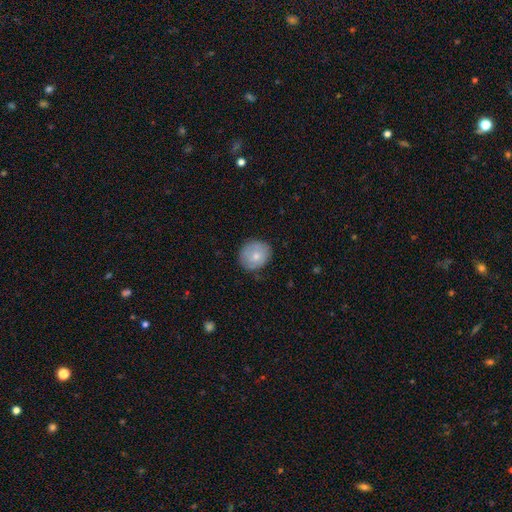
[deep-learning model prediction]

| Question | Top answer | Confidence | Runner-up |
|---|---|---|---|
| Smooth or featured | smooth | 70% | featured or disk (23%) |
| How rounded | round | 78% | in between (21%) |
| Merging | none | 78% | minor disturbance (17%) |